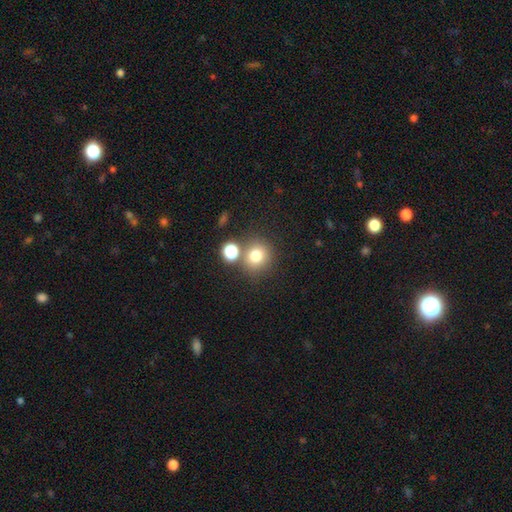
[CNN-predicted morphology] Smooth or featured? smooth (77%)
How rounded? round (85%)
Merging? none (70%)